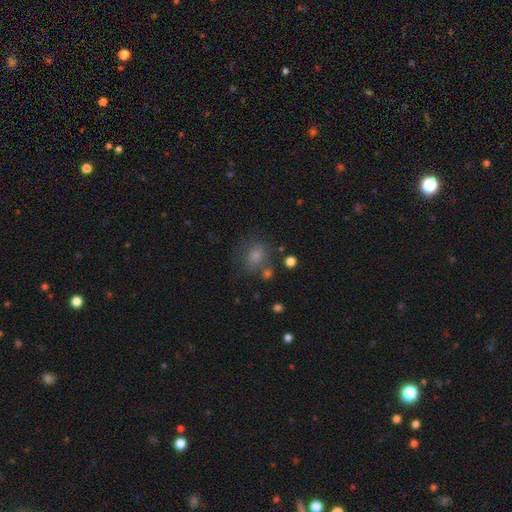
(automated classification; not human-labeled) A smooth galaxy with no disk features (64%) that is round (61%).

Vote fractions:
- Smooth or featured? smooth: 64% / star or artifact: 24% / featured or disk: 12%
- How rounded? round: 61% / in between: 38% / cigar-shaped: 2%
- Merging? none: 71% / minor disturbance: 15% / major disturbance: 7% / merger: 7%